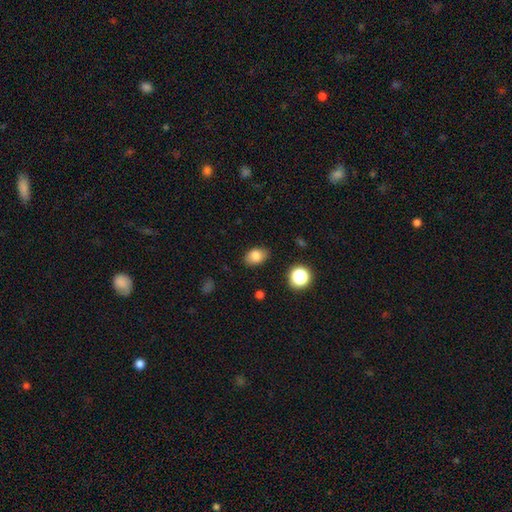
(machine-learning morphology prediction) Smooth or featured? smooth (82%)
How rounded? in between (79%)
Merging? none (82%)